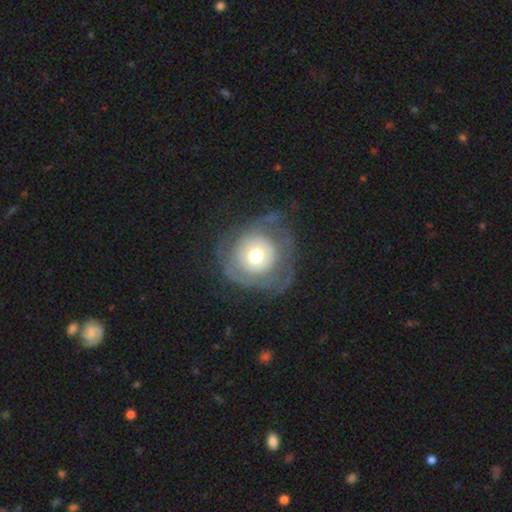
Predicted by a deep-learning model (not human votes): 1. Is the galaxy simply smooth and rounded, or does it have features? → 57% featured or disk, 35% smooth, 7% star or artifact.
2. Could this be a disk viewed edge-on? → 96% no, 4% yes.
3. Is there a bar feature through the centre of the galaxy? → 87% no, 10% weak, 3% strong.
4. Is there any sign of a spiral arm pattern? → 51% no, 49% yes.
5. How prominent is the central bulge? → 65% moderate, 21% large, 10% small, 2% dominant, 1% none.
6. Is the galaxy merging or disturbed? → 58% none, 21% major disturbance, 20% minor disturbance, 2% merger.